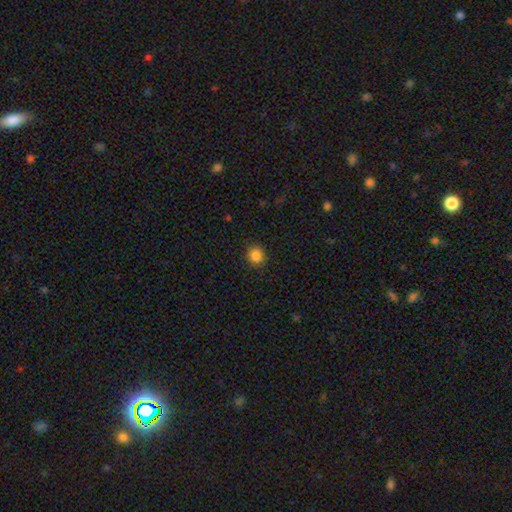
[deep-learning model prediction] Smooth or featured?
  - smooth: 86% *
  - star or artifact: 11%
  - featured or disk: 4%
How rounded?
  - round: 82% *
  - in between: 17%
  - cigar-shaped: 1%
Merging?
  - none: 88% *
  - minor disturbance: 8%
  - major disturbance: 2%
  - merger: 1%